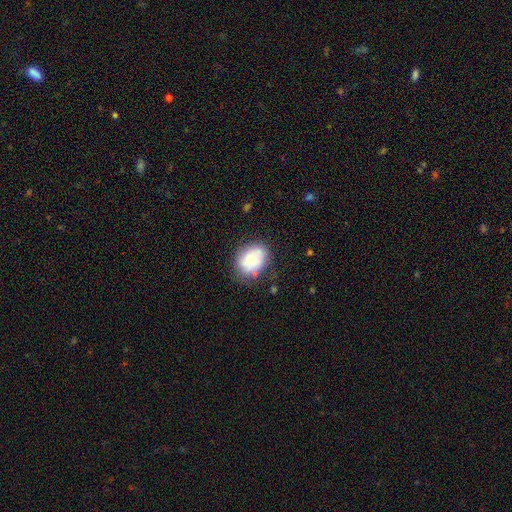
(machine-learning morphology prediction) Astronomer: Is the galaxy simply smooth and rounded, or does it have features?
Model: smooth — 74%.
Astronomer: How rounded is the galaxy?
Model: in between — 61% (runner-up: round, 39%).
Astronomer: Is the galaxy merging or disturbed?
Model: none — 68%.